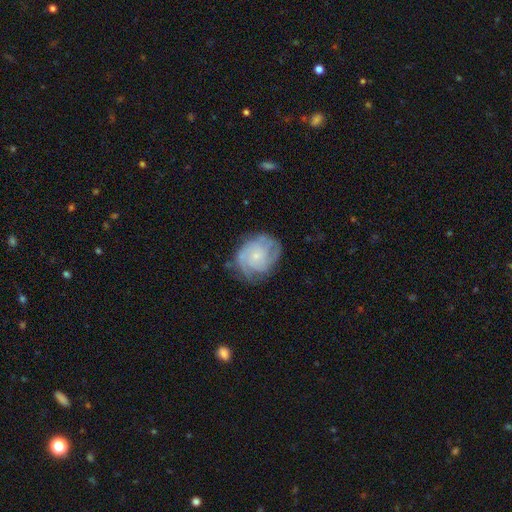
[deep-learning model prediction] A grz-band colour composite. It shows a featured or disk galaxy (77%) with no bar (79%), tight (60%) spiral arms (93%) and a small central bulge (76%). Merging: none (69%).